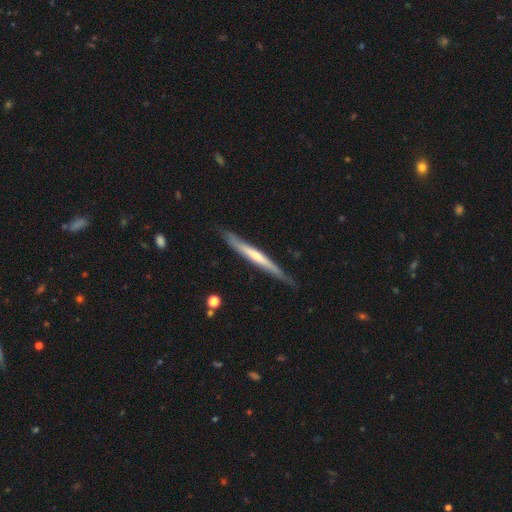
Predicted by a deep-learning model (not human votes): featured or disk 71%, smooth 23%, star or artifact 6%. Down the decision tree: edge-on disk — yes (96%); edge-on bulge — rounded (62%); merging — none (85%).